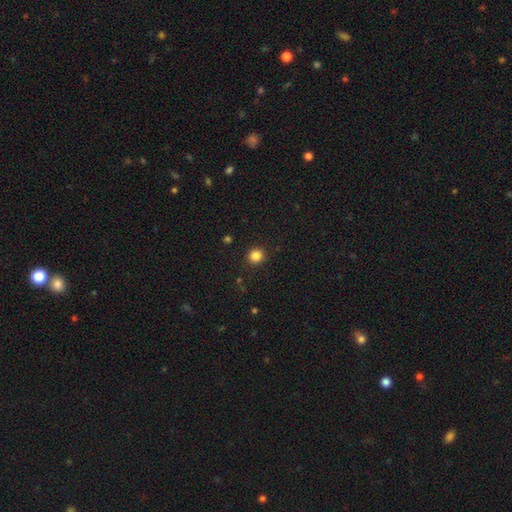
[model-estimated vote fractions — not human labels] Morphology: type=smooth (85%); roundness=round (91%); merging=none (92%).